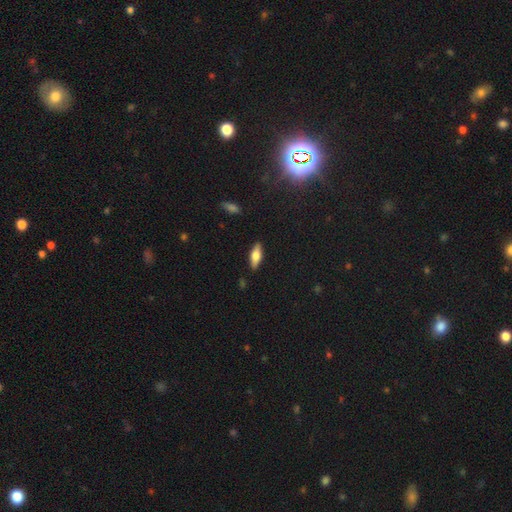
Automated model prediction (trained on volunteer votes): smooth-or-featured: smooth: 61% | featured or disk: 33% | star or artifact: 6%
  how-rounded: in between: 61% | cigar-shaped: 36% | round: 2%
  merging: none: 87% | minor disturbance: 10% | major disturbance: 2% | merger: 1%